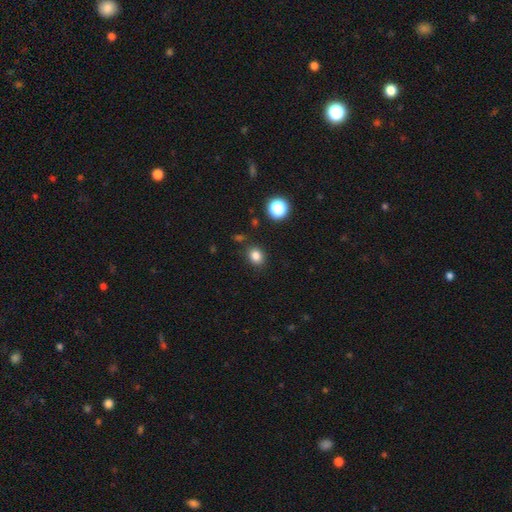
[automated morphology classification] This appears to be a smooth galaxy with no disk features (82%) that is round (55%). Merging: none (85%).